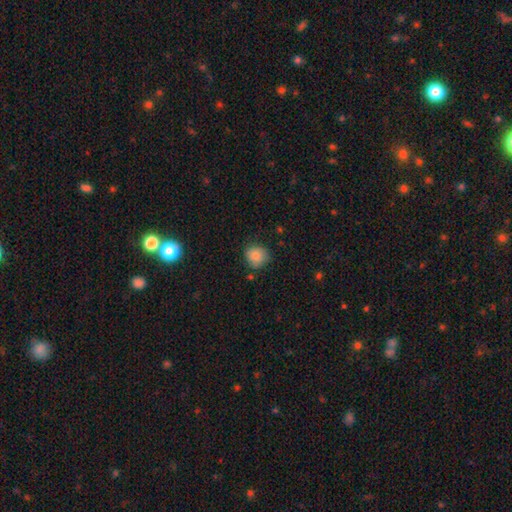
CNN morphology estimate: Overall: smooth (86%). How rounded: round (84%). Merging: none (76%).